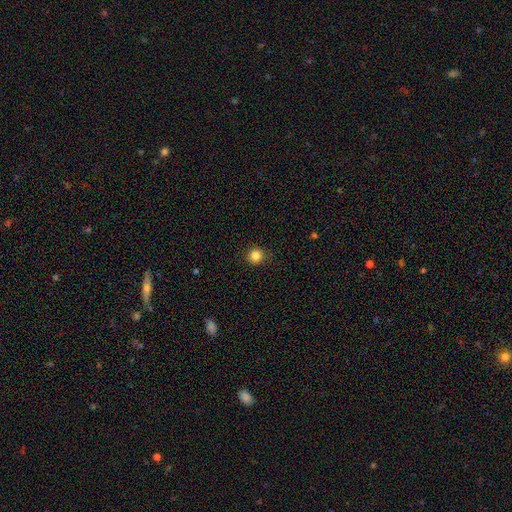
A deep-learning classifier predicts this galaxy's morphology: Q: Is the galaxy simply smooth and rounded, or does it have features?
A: smooth — 84%.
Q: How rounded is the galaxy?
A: round — 94%.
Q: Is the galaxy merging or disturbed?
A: none — 90%.